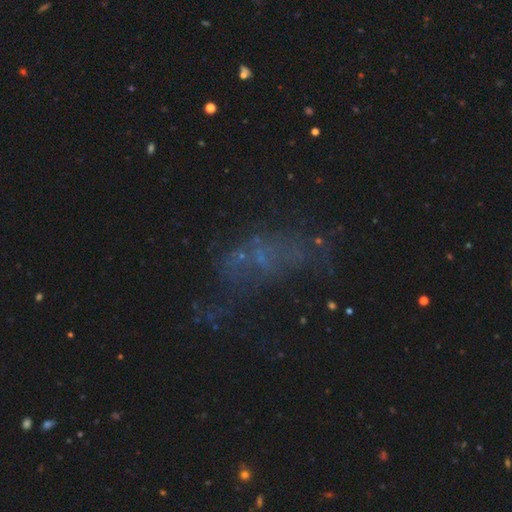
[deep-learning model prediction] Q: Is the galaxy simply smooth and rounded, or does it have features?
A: star or artifact — 37%.